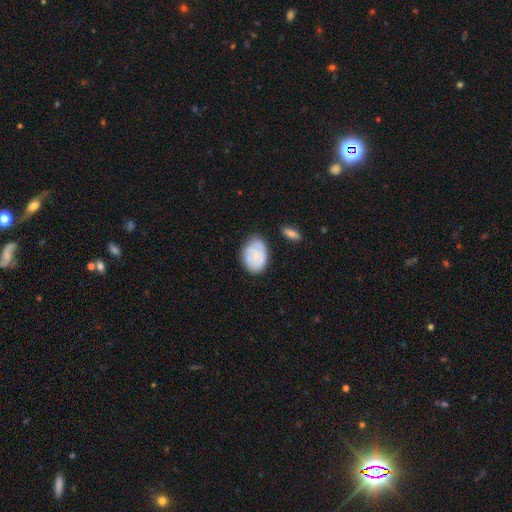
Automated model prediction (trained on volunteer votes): The model was most divided on "smooth or featured": smooth: 65%, featured or disk: 28%, star or artifact: 7%. More confident: how rounded — in between (76%); merging — none (65%).